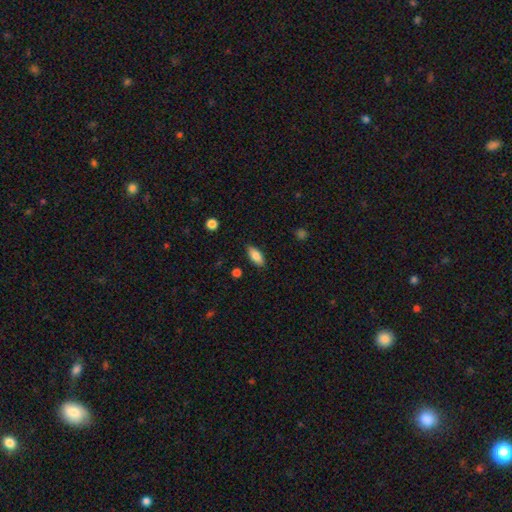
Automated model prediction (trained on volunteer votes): A smooth galaxy with no disk features (82%) that is in between round and cigar-shaped (84%). Merging: none (85%).